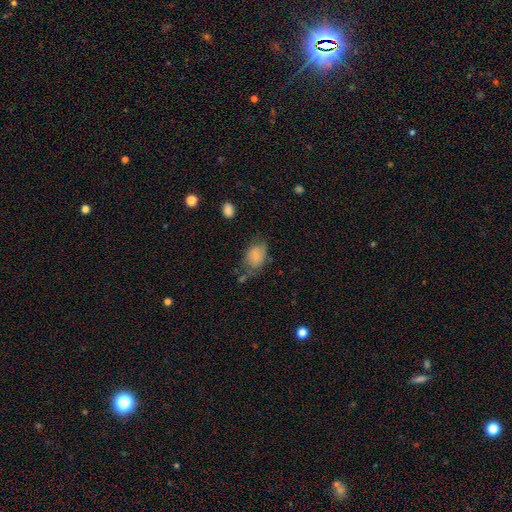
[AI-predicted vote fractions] Overall: smooth (80%). How rounded: in between (80%). Merging: none (50%; minor disturbance 31%).